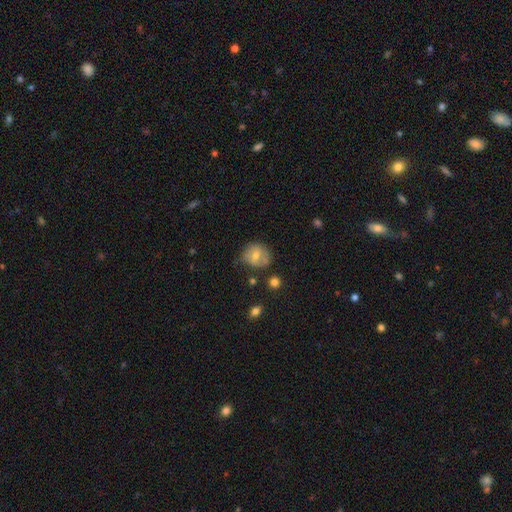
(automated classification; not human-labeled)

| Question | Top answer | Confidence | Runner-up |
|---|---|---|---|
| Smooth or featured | smooth | 63% | featured or disk (27%) |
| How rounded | round | 70% | in between (29%) |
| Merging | none | 58% | minor disturbance (28%) |